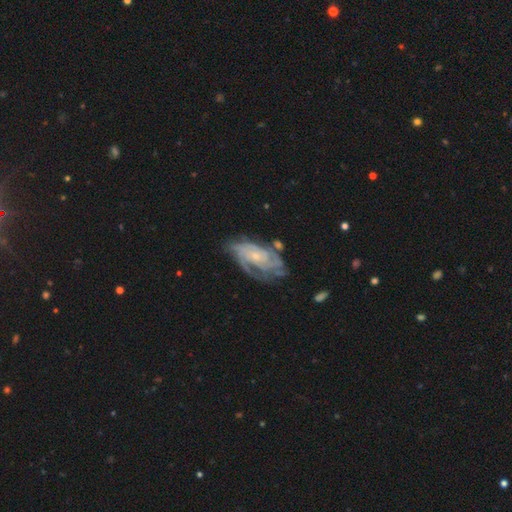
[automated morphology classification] A featured or disk galaxy (83%) with no bar (72%), tight (62%) spiral arms (93%) and a small central bulge (73%).

Vote fractions:
- Smooth or featured? featured or disk: 83% / smooth: 11% / star or artifact: 6%
- Edge-on disk? no: 95% / yes: 5%
- Bar? no: 72% / weak: 23% / strong: 5%
- Spiral arms? yes: 93% / no: 7%
- Spiral winding? tight: 62% / medium: 30% / loose: 8%
- Spiral arm count? can't tell: 35% / 3: 21% / 2: 21% / 4: 12% / more than 4: 5% / 1: 5%
- Bulge size? small: 73% / moderate: 21% / none: 4% / large: 1% / dominant: 1%
- Merging? none: 55% / minor disturbance: 24% / major disturbance: 15% / merger: 6%